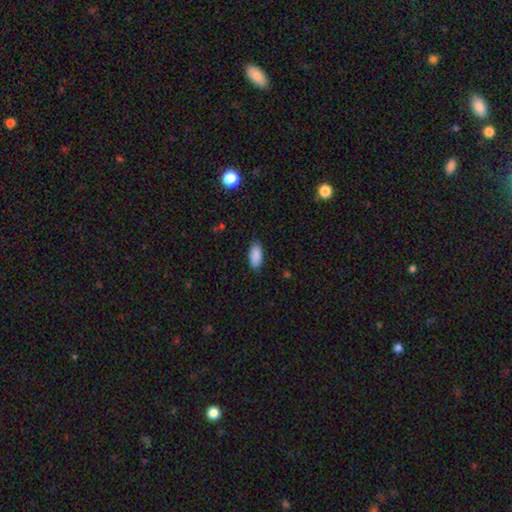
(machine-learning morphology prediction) Q: Smooth or featured?
A: smooth (90%); runner-up: star or artifact (7%)
Q: How rounded?
A: in between (91%); runner-up: cigar-shaped (7%)
Q: Merging?
A: none (85%); runner-up: minor disturbance (11%)